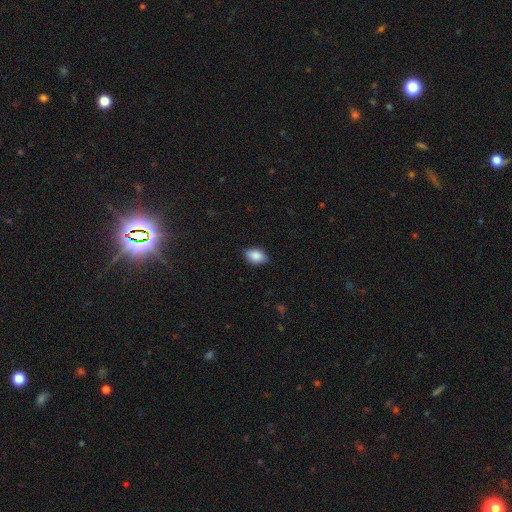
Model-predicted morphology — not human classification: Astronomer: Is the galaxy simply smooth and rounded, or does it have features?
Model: smooth — 86%.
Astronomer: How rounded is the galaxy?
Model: in between — 90%.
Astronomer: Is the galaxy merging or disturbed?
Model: none — 85%.